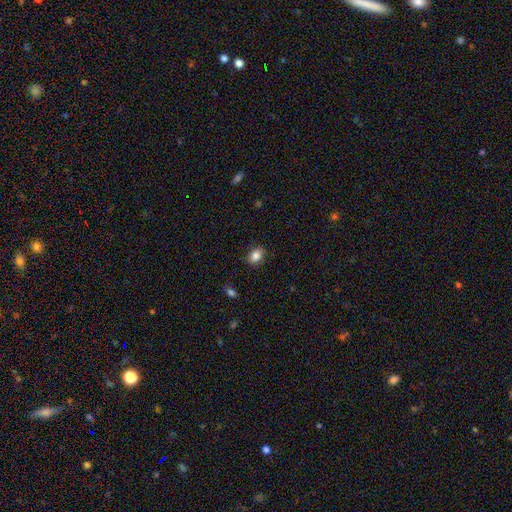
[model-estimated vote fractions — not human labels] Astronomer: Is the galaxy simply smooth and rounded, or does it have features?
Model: smooth — 85%.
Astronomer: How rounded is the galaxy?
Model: in between — 73%.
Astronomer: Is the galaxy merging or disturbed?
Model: none — 85%.